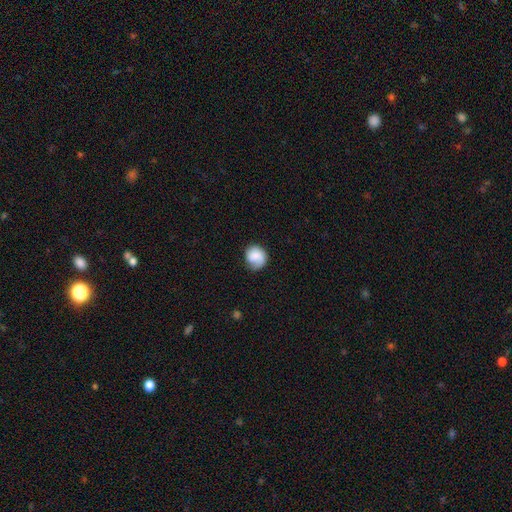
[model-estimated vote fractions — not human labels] This appears to be a smooth galaxy with no disk features (72%) that is round (81%). Merging: none (65%).